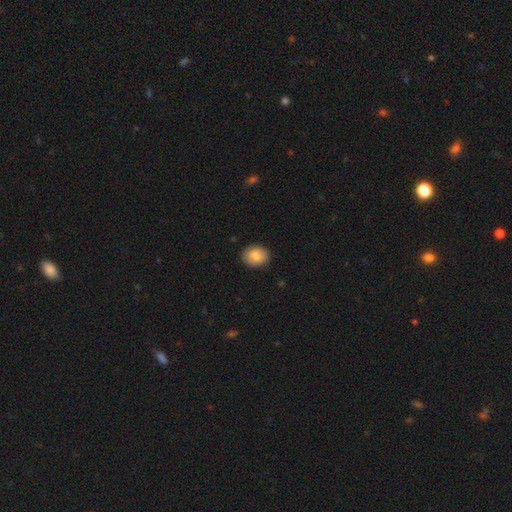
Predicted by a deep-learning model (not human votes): The model was most divided on "how rounded": in between: 55%, round: 45%, cigar-shaped: 1%. More confident: merging — none (88%); smooth or featured — smooth (84%).